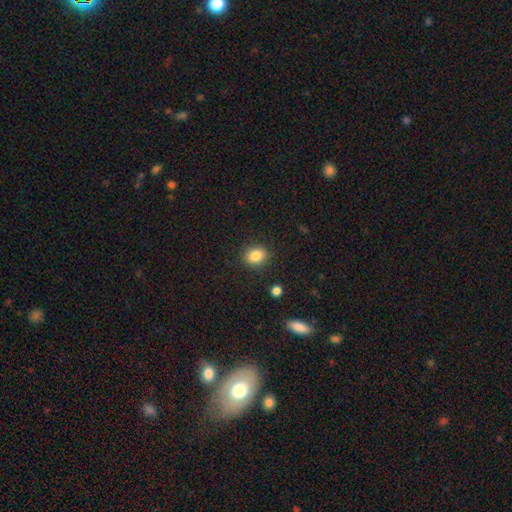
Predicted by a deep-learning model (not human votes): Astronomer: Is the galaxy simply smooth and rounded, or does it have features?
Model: smooth — 85%.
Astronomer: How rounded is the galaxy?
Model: in between — 51% (runner-up: round, 48%).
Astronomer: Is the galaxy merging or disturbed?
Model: none — 87%.